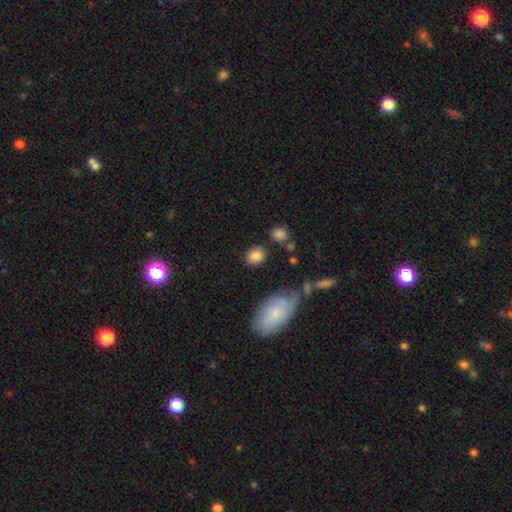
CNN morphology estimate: Smooth or featured? Predicted: smooth (p=0.85). How rounded? Predicted: round (p=0.58). Merging? Predicted: none (p=0.80).